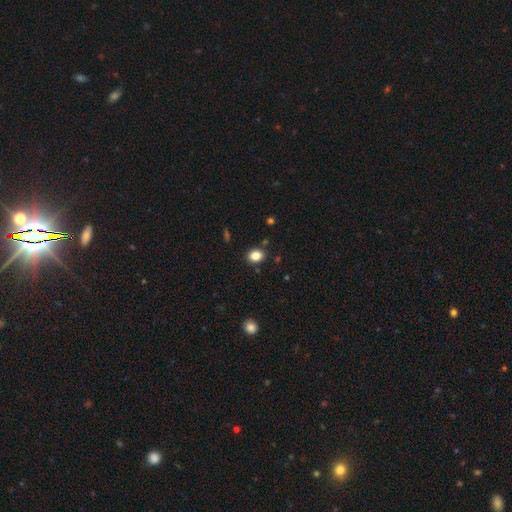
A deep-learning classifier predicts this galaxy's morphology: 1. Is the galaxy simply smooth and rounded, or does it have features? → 84% smooth, 10% star or artifact, 6% featured or disk.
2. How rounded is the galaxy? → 59% in between, 40% round, 1% cigar-shaped.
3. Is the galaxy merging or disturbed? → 87% none, 9% minor disturbance, 2% merger, 2% major disturbance.